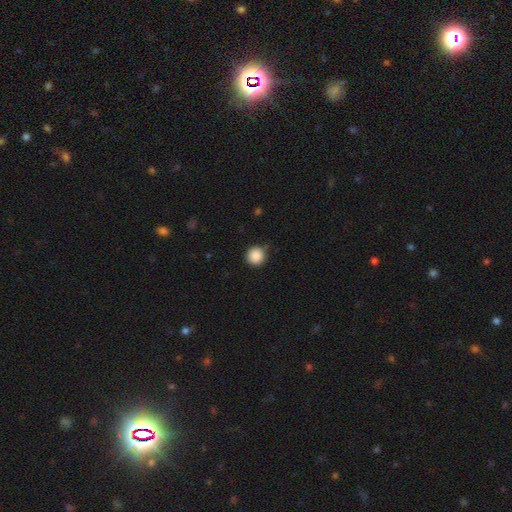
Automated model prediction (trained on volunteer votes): Overall: smooth (88%). How rounded: round (94%). Merging: none (81%).